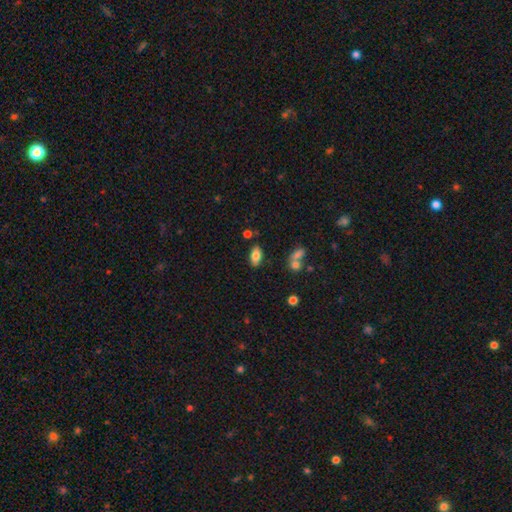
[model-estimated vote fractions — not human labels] This is likely a smooth galaxy (79%). How rounded: clearly in between (90%). Merging: clearly none (82%).